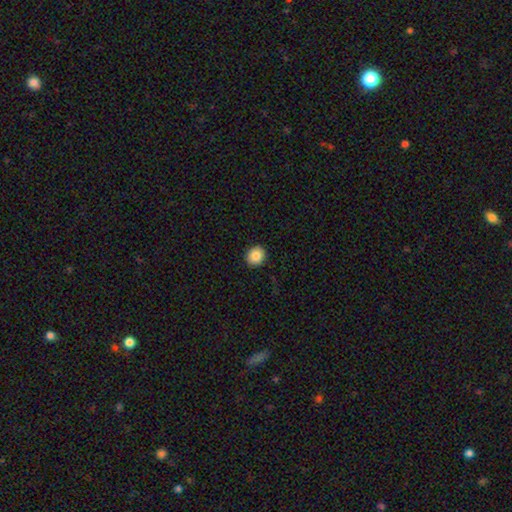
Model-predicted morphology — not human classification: Q: Smooth or featured?
A: smooth (86%); runner-up: star or artifact (8%)
Q: How rounded?
A: round (84%); runner-up: in between (15%)
Q: Merging?
A: none (92%); runner-up: minor disturbance (6%)